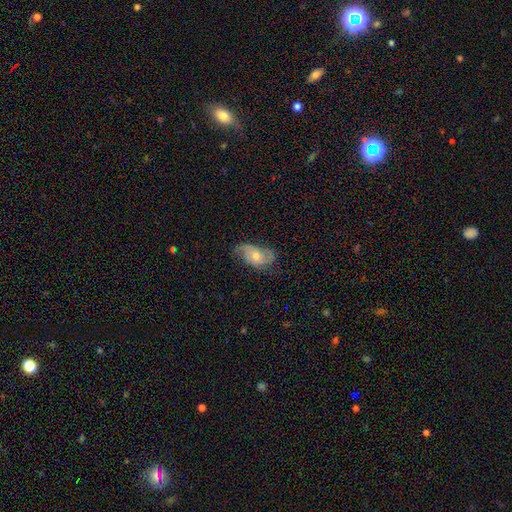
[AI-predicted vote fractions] smooth_or_featured: featured or disk (p=0.63) [alt: smooth p=0.28]
disk_edge_on: no (p=0.94) [alt: yes p=0.06]
bar: no (p=0.72) [alt: weak p=0.23]
has_spiral_arms: yes (p=0.86) [alt: no p=0.14]
spiral_winding: medium (p=0.41) [alt: loose p=0.31]
spiral_arm_count: 2 (p=0.60) [alt: can't tell p=0.19]
bulge_size: moderate (p=0.58) [alt: small p=0.36]
merging: none (p=0.59) [alt: minor disturbance p=0.28]